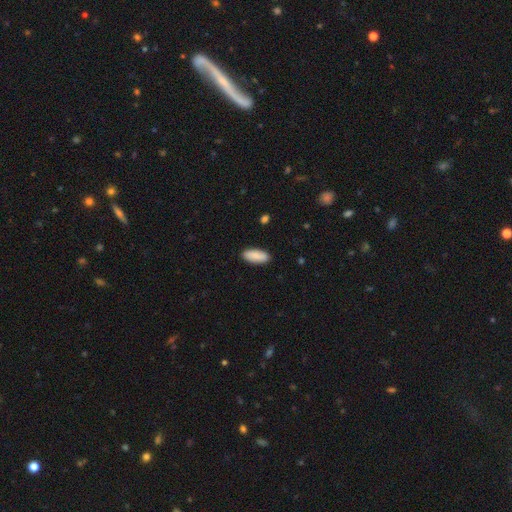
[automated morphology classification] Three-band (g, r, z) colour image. It shows a smooth galaxy with no disk features (89%) that is in between round and cigar-shaped (80%). Merging: none (89%).